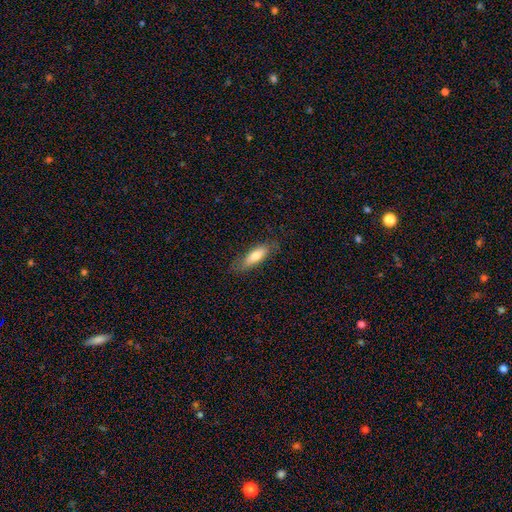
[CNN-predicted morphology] Smooth or featured? Predicted: smooth (p=0.72). How rounded? Predicted: cigar-shaped (p=0.51). Merging? Predicted: none (p=0.79).